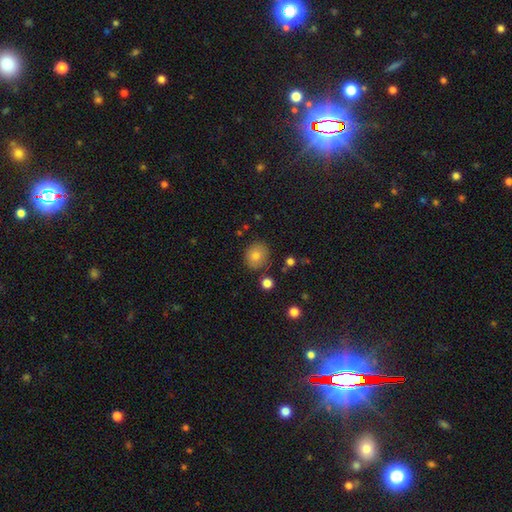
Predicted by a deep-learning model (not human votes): Smooth or featured? Predicted: smooth (p=0.81). How rounded? Predicted: round (p=0.84). Merging? Predicted: none (p=0.83).